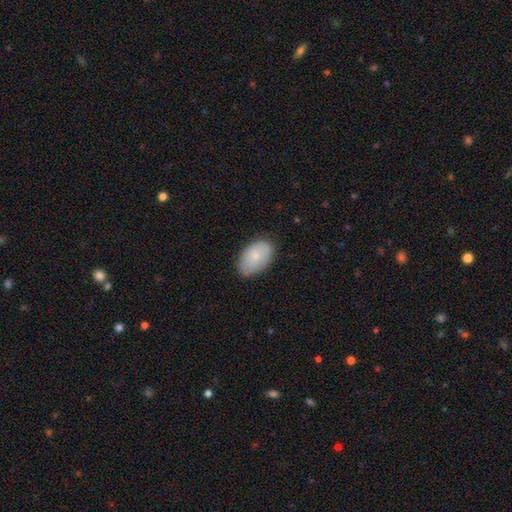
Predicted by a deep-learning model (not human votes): The model was most divided on "smooth or featured": smooth: 74%, featured or disk: 19%, star or artifact: 6%. More confident: how rounded — in between (90%); merging — none (78%).